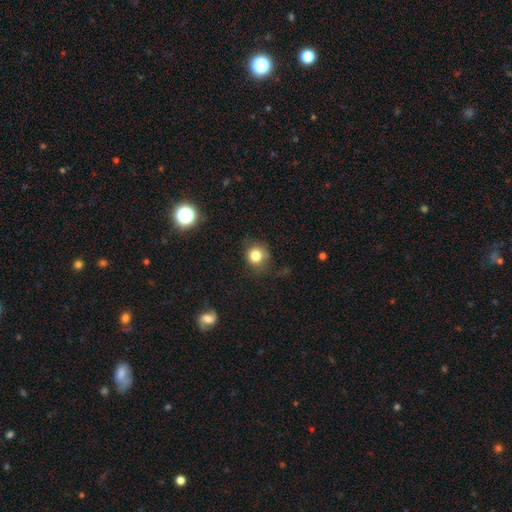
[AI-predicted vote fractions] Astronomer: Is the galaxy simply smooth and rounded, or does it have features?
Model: smooth — 82%.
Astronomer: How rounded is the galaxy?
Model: round — 85%.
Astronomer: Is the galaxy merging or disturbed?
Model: none — 73%.